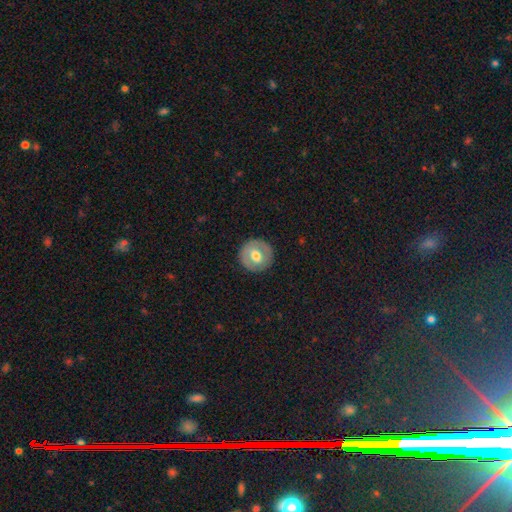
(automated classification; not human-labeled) Overall: smooth (53%; featured or disk 41%). How rounded: round (92%). Merging: none (88%).